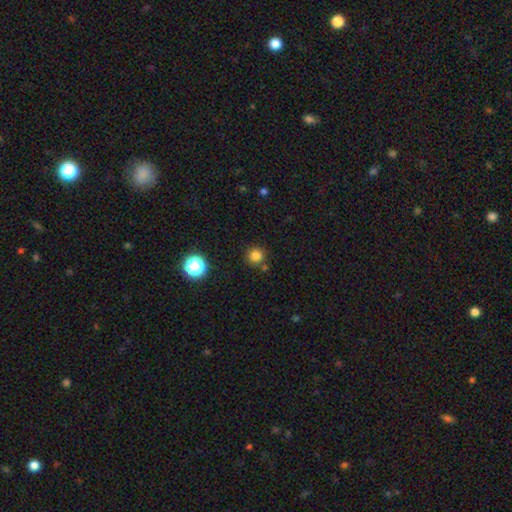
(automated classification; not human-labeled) Smooth or featured?
  - smooth: 80% *
  - star or artifact: 15%
  - featured or disk: 5%
How rounded?
  - round: 95% *
  - in between: 4%
  - cigar-shaped: 1%
Merging?
  - none: 84% *
  - minor disturbance: 7%
  - merger: 7%
  - major disturbance: 2%